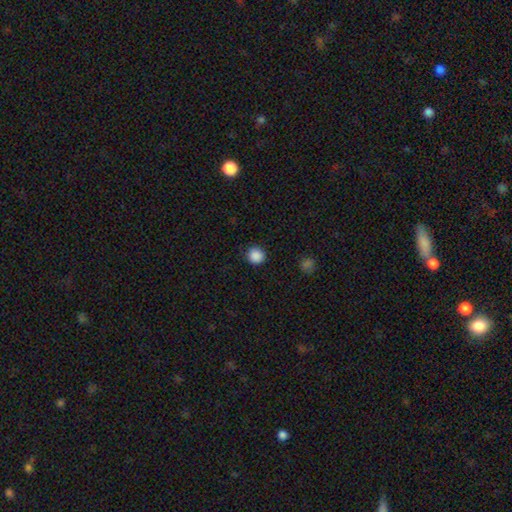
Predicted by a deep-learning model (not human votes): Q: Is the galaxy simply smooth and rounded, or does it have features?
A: smooth — 88%.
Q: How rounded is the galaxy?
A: round — 94%.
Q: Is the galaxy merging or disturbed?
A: none — 91%.